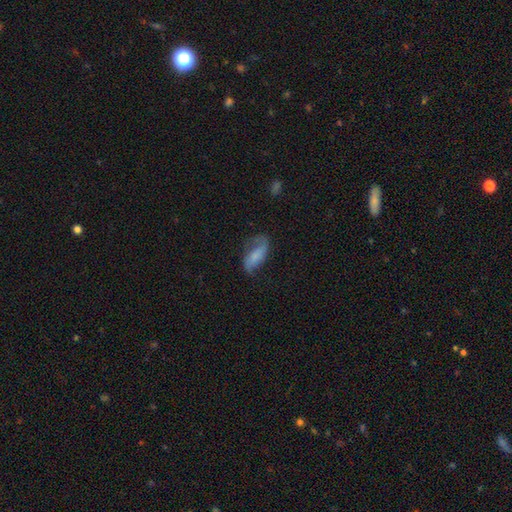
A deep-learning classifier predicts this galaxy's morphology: The model was most divided on "smooth or featured": featured or disk: 50%, smooth: 42%, star or artifact: 8%. More confident: merging — none (56%).